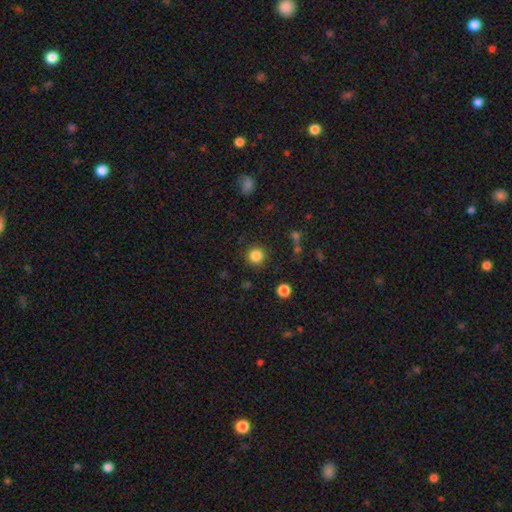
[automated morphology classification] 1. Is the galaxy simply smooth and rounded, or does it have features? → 84% smooth, 12% star or artifact, 4% featured or disk.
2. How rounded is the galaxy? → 94% round, 5% in between, 1% cigar-shaped.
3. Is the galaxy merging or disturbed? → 89% none, 6% minor disturbance, 3% major disturbance, 2% merger.